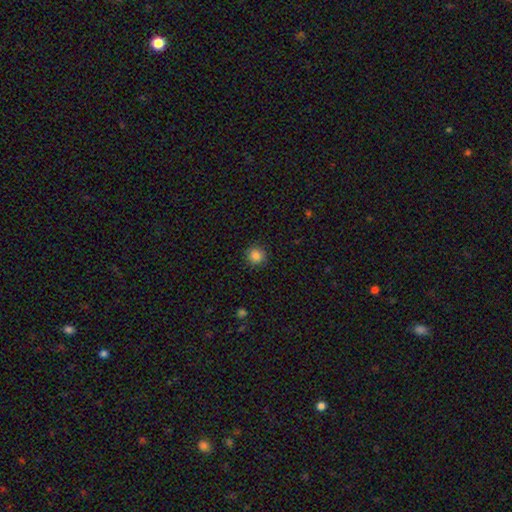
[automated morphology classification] smooth 85%, star or artifact 11%, featured or disk 5%. Down the decision tree: how rounded — round (93%); merging — none (91%).